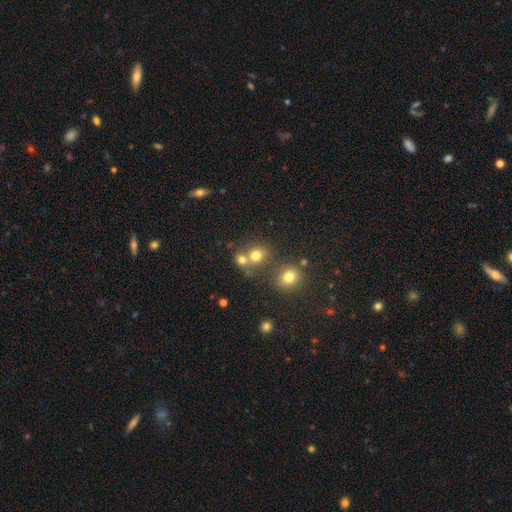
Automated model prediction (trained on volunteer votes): Smooth or featured? smooth (74%)
How rounded? round (76%)
Merging? none (48%)